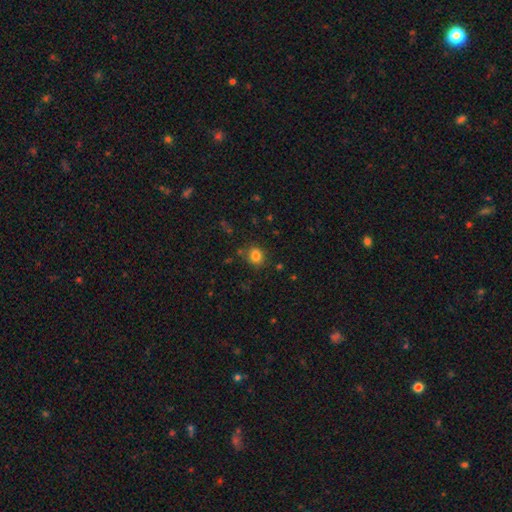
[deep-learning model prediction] Morphology: type=smooth (82%); roundness=round (74%); merging=none (82%).